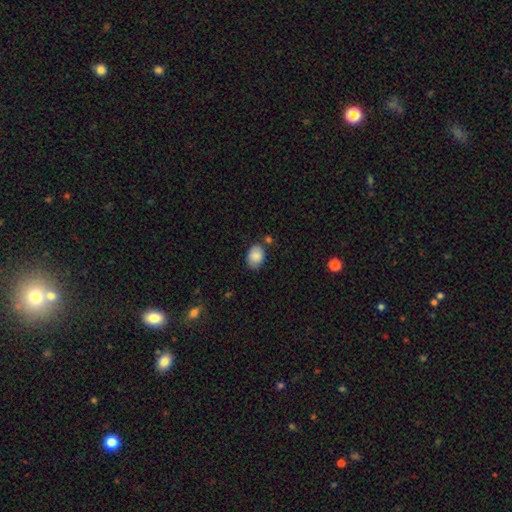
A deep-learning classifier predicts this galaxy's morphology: Smooth or featured? Predicted: smooth (p=0.87). How rounded? Predicted: in between (p=0.77). Merging? Predicted: none (p=0.73).